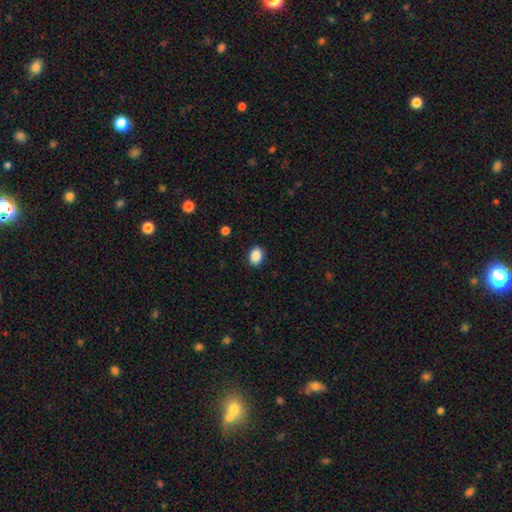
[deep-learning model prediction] The model was most divided on "how rounded": in between: 73%, round: 26%, cigar-shaped: 1%. More confident: merging — none (90%); smooth or featured — smooth (89%).